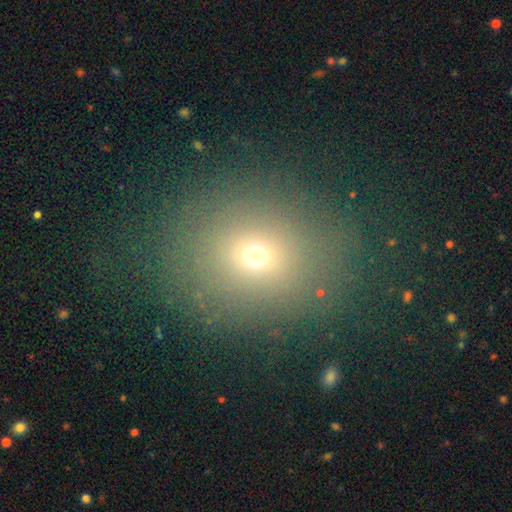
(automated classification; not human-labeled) Q: Smooth or featured?
A: smooth (66%); runner-up: star or artifact (22%)
Q: How rounded?
A: round (70%); runner-up: in between (29%)
Q: Merging?
A: none (81%); runner-up: minor disturbance (11%)